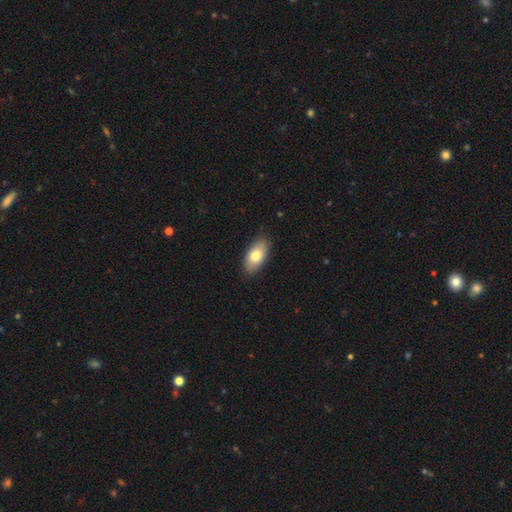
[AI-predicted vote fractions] Q: Smooth or featured?
A: smooth (78%); runner-up: featured or disk (16%)
Q: How rounded?
A: in between (91%); runner-up: cigar-shaped (6%)
Q: Merging?
A: none (87%); runner-up: minor disturbance (10%)